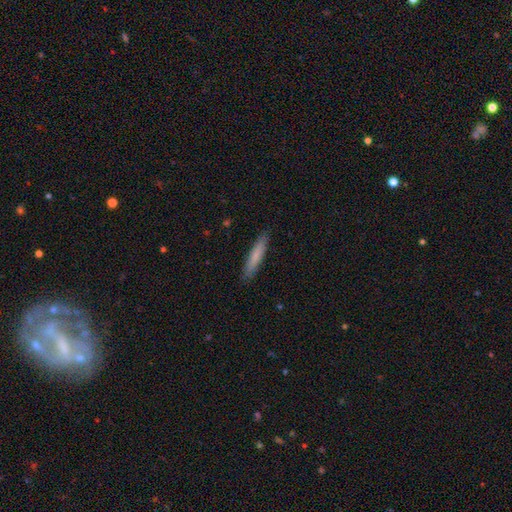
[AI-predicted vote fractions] smooth_or_featured: smooth (p=0.76) [alt: featured or disk p=0.19]
how_rounded: cigar-shaped (p=0.90) [alt: in between p=0.08]
merging: none (p=0.89) [alt: minor disturbance p=0.08]